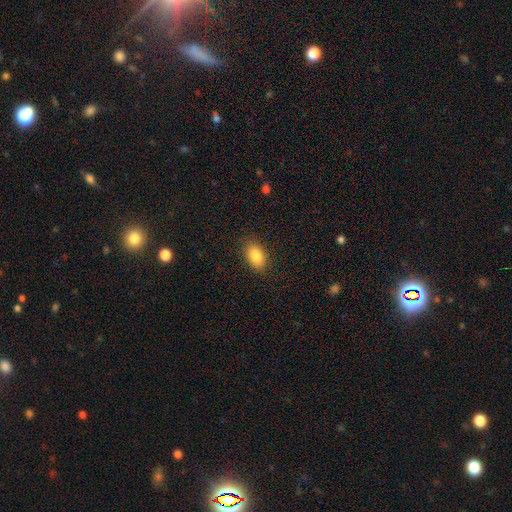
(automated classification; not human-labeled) smooth 85%, star or artifact 8%, featured or disk 7%. Down the decision tree: how rounded — in between (90%); merging — none (86%).